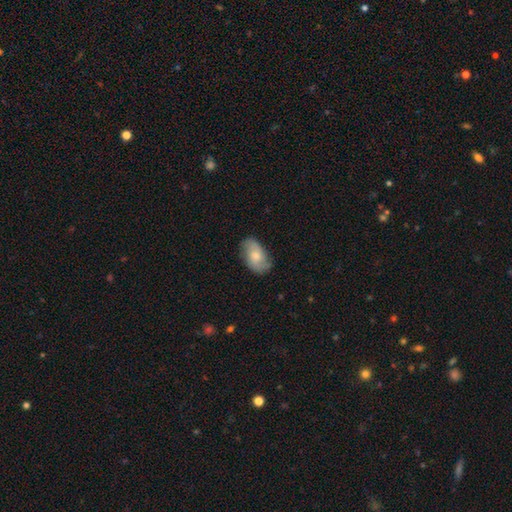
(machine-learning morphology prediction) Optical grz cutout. It shows a smooth galaxy with no disk features (50%) that is in between round and cigar-shaped (91%). Merging: none (74%).